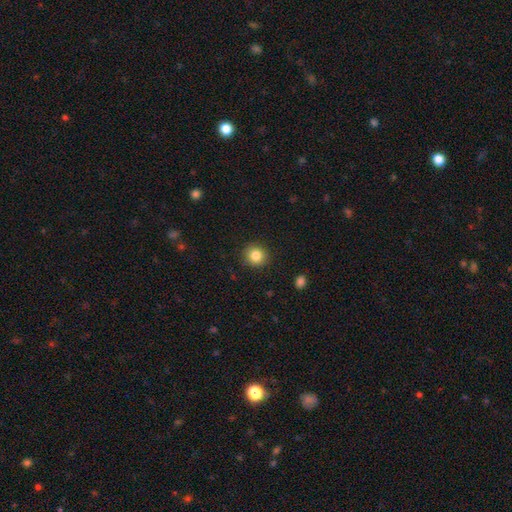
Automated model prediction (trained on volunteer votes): Smooth or featured: smooth — 84% (star or artifact — 10%)
How rounded: round — 88% (in between — 11%)
Merging: none — 90% (minor disturbance — 7%)